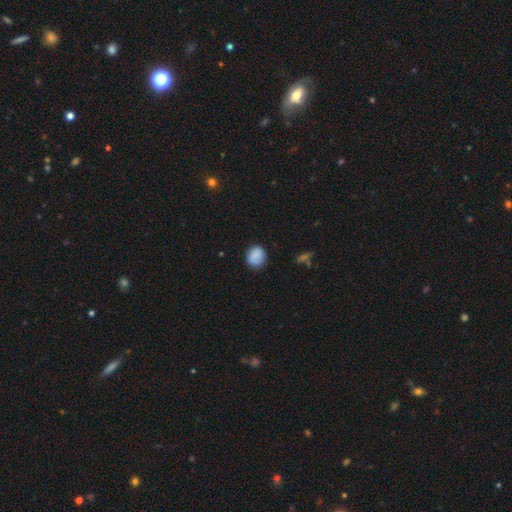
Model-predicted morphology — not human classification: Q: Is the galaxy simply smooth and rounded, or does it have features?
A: smooth — 87%.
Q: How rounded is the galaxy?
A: round — 73%.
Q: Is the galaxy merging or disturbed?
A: none — 79%.